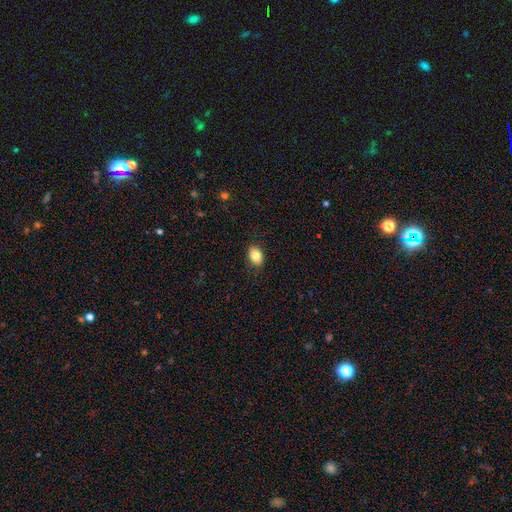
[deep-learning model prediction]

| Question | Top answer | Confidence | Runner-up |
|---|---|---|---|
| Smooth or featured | smooth | 83% | star or artifact (8%) |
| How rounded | in between | 76% | round (22%) |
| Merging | none | 87% | minor disturbance (10%) |